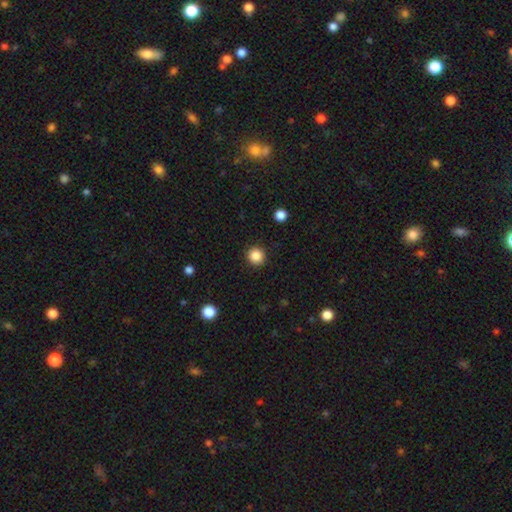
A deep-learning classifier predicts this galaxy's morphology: smooth-or-featured: smooth: 86% | star or artifact: 11% | featured or disk: 3%
  how-rounded: round: 93% | in between: 6% | cigar-shaped: 1%
  merging: none: 92% | minor disturbance: 5% | major disturbance: 2% | merger: 1%